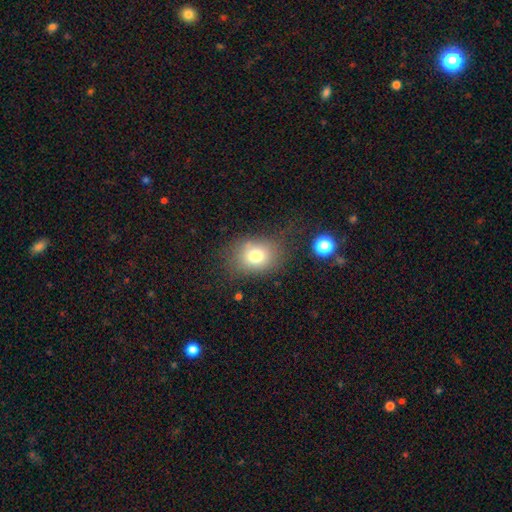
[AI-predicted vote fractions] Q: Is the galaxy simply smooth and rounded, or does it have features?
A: smooth — 76%.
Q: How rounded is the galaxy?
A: in between — 54%.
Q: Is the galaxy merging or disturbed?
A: none — 65%.